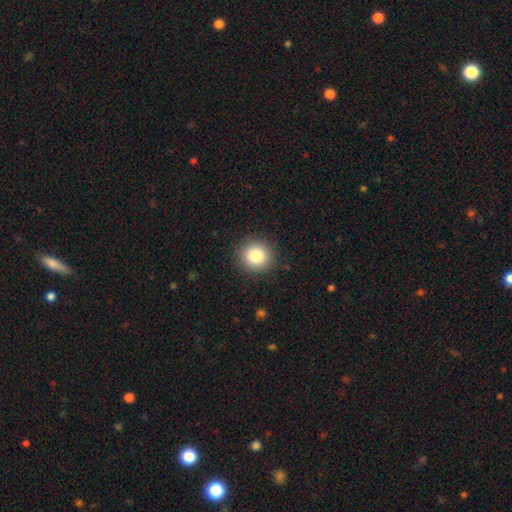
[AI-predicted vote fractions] The model was most divided on "smooth or featured": smooth: 84%, star or artifact: 10%, featured or disk: 6%. More confident: how rounded — round (92%); merging — none (90%).